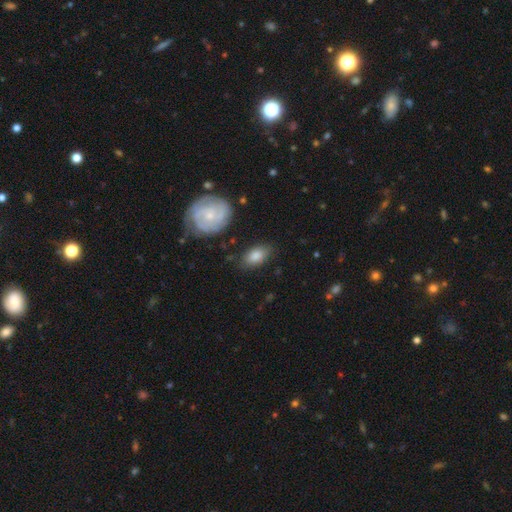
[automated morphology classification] Q: Smooth or featured?
A: smooth (76%); runner-up: featured or disk (17%)
Q: How rounded?
A: in between (88%); runner-up: round (9%)
Q: Merging?
A: none (78%); runner-up: minor disturbance (15%)